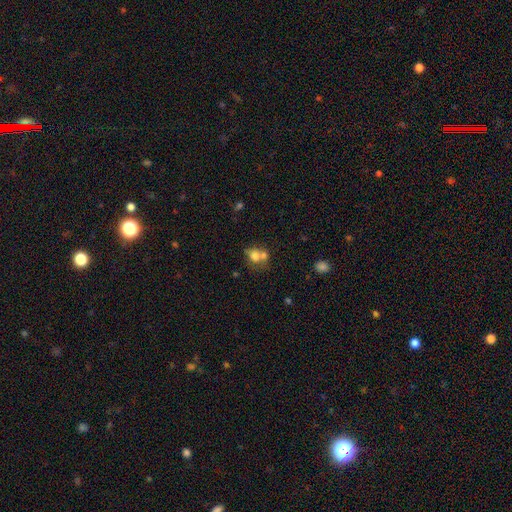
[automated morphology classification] Smooth or featured?
  - smooth: 71% *
  - featured or disk: 16%
  - star or artifact: 13%
How rounded?
  - round: 62% *
  - in between: 37%
  - cigar-shaped: 1%
Merging?
  - merger: 52% *
  - none: 32%
  - minor disturbance: 9%
  - major disturbance: 6%